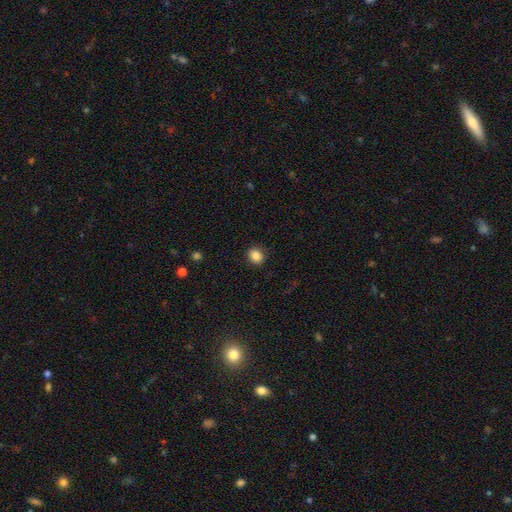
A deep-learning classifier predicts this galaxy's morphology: A smooth galaxy with no disk features (86%) that is round (65%).

Vote fractions:
- Smooth or featured? smooth: 86% / star or artifact: 10% / featured or disk: 4%
- How rounded? round: 65% / in between: 34% / cigar-shaped: 1%
- Merging? none: 89% / minor disturbance: 7% / major disturbance: 2% / merger: 1%